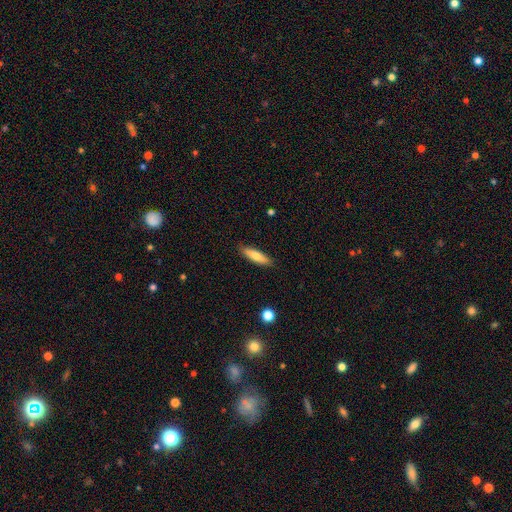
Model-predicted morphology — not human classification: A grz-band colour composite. It shows a smooth galaxy with no disk features (70%) that is cigar-shaped (66%). Merging: none (88%).